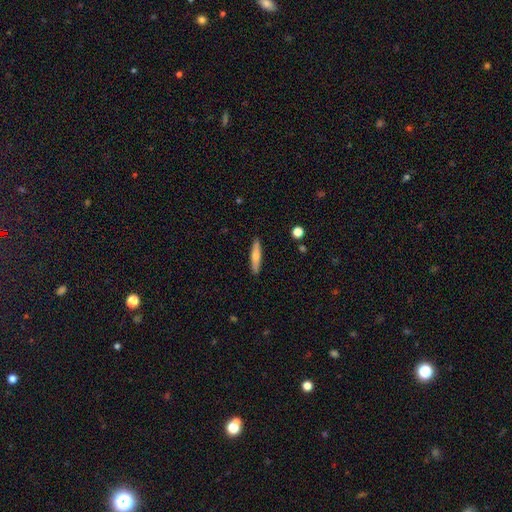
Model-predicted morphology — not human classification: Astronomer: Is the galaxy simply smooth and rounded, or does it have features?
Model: smooth — 64%.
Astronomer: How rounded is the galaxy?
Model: cigar-shaped — 86%.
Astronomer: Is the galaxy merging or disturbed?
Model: none — 90%.